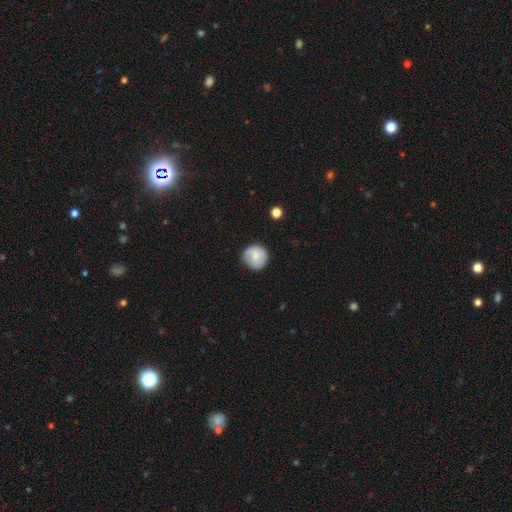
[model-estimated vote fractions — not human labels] Smooth or featured? smooth (72%)
How rounded? round (92%)
Merging? none (79%)